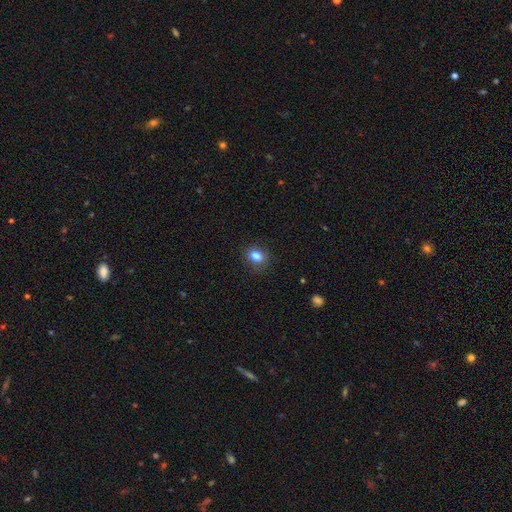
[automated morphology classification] This is clearly a smooth galaxy (84%). How rounded: likely in between (68%). Merging: clearly none (80%).